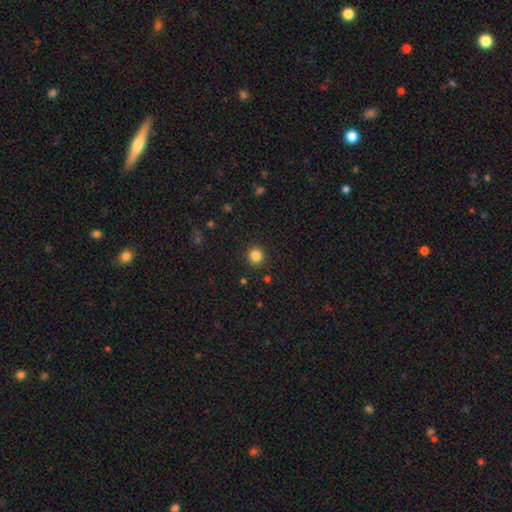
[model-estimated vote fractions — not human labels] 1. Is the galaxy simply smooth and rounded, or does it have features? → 85% smooth, 12% star or artifact, 4% featured or disk.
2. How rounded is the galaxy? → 93% round, 6% in between, 1% cigar-shaped.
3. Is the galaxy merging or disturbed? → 91% none, 5% minor disturbance, 2% major disturbance, 1% merger.